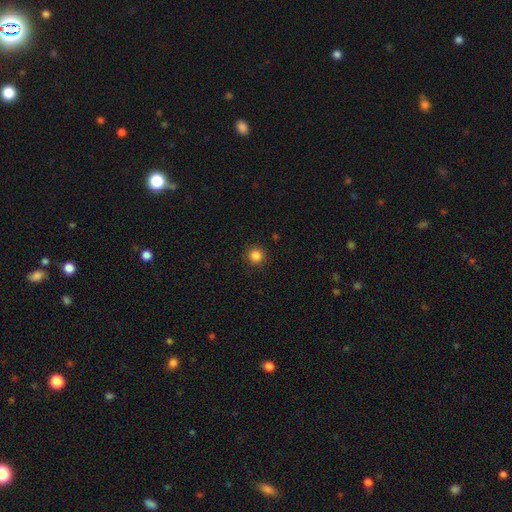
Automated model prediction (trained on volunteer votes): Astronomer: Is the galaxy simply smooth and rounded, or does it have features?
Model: smooth — 85%.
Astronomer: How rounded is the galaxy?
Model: round — 95%.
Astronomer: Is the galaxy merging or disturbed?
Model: none — 92%.